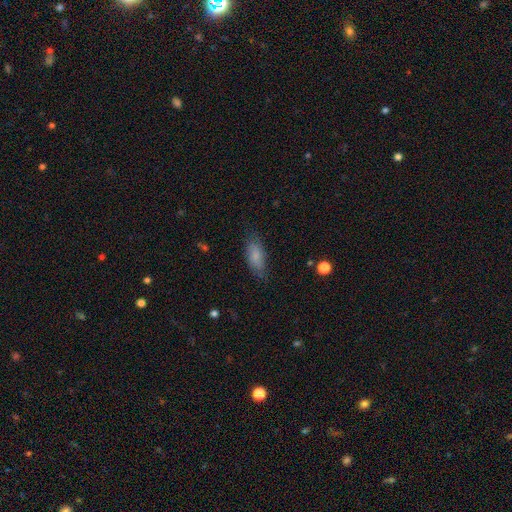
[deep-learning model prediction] A smooth galaxy with no disk features (75%) that is in between round and cigar-shaped (83%). Merging: none (72%).